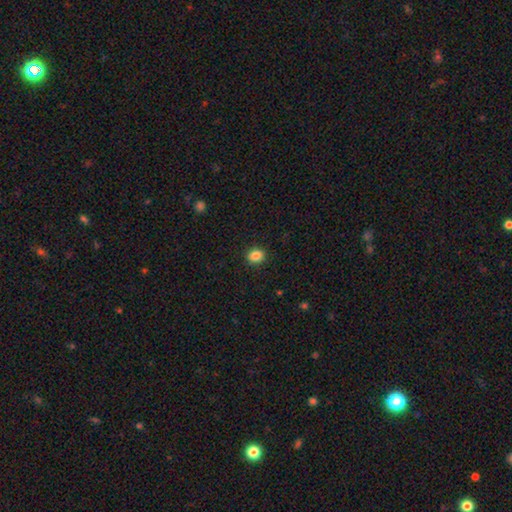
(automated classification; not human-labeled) This appears to be a smooth galaxy with no disk features (85%) that is round (57%). Merging: none (91%).